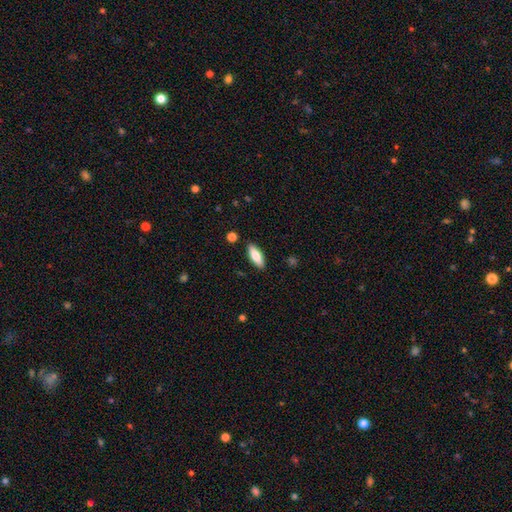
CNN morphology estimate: Overall: smooth (78%). How rounded: in between (67%; cigar-shaped 31%). Merging: none (87%).